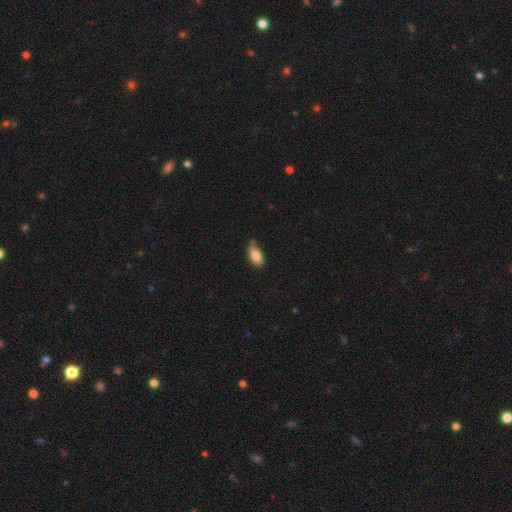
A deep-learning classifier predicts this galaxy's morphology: smooth_or_featured: smooth (p=0.83) [alt: featured or disk p=0.10]
how_rounded: in between (p=0.91) [alt: cigar-shaped p=0.04]
merging: none (p=0.60) [alt: minor disturbance p=0.31]